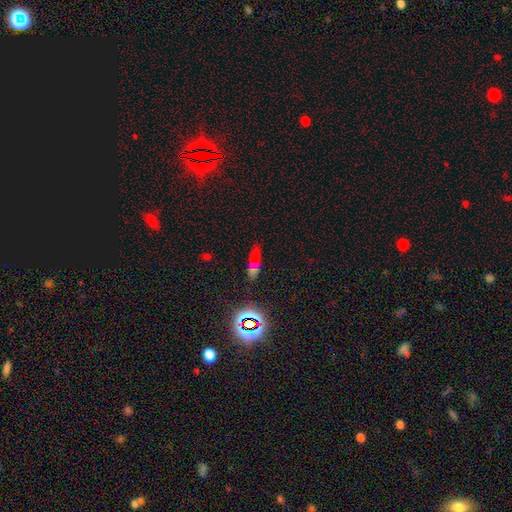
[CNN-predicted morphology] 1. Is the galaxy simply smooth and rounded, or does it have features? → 58% star or artifact, 23% smooth, 19% featured or disk.